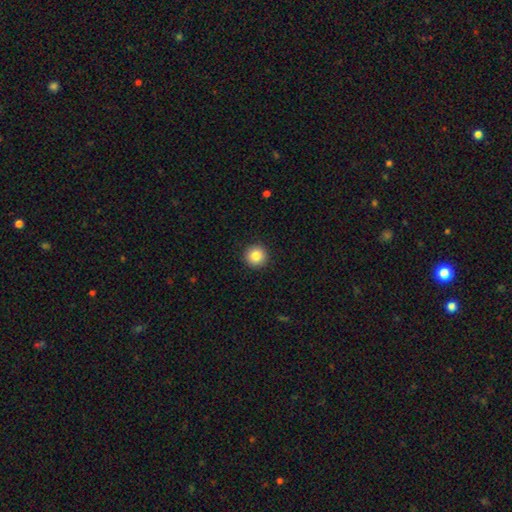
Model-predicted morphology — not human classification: The model was most divided on "smooth or featured": smooth: 85%, star or artifact: 9%, featured or disk: 5%. More confident: how rounded — round (96%); merging — none (93%).